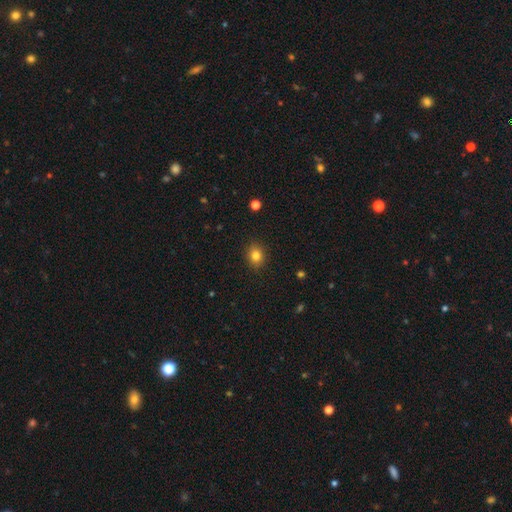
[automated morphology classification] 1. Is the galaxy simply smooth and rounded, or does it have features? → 82% smooth, 11% star or artifact, 7% featured or disk.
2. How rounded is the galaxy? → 54% round, 45% in between, 1% cigar-shaped.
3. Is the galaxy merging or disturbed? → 89% none, 8% minor disturbance, 2% major disturbance, 1% merger.